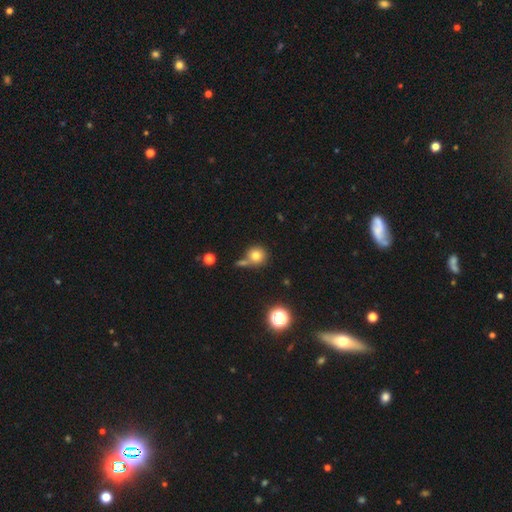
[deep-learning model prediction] Q: Smooth or featured?
A: smooth (76%); runner-up: star or artifact (14%)
Q: How rounded?
A: round (91%); runner-up: in between (8%)
Q: Merging?
A: none (60%); runner-up: merger (23%)